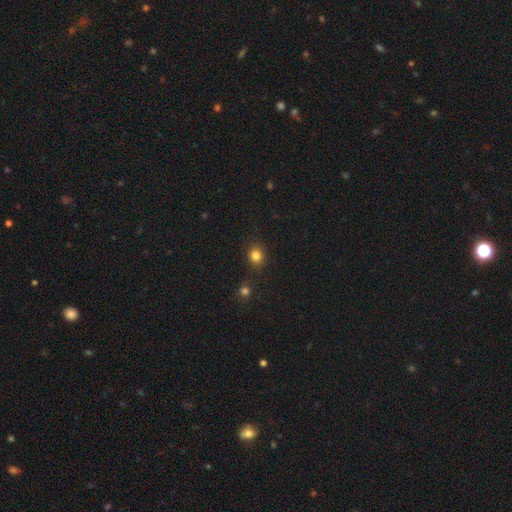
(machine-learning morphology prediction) smooth_or_featured: smooth (p=0.82) [alt: star or artifact p=0.13]
how_rounded: round (p=0.78) [alt: in between p=0.21]
merging: none (p=0.83) [alt: minor disturbance p=0.09]